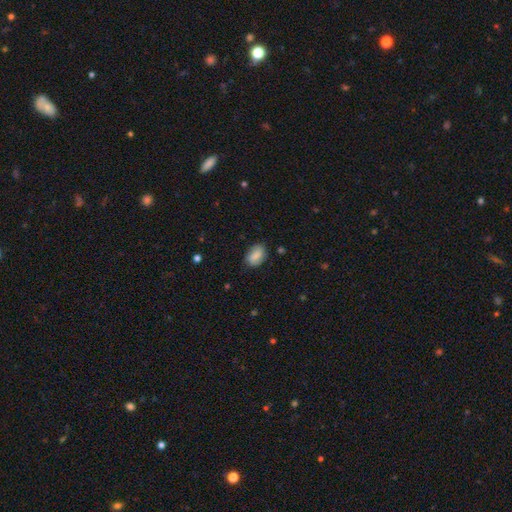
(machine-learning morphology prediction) smooth 82%, featured or disk 11%, star or artifact 7%. Down the decision tree: how rounded — in between (86%); merging — none (77%).